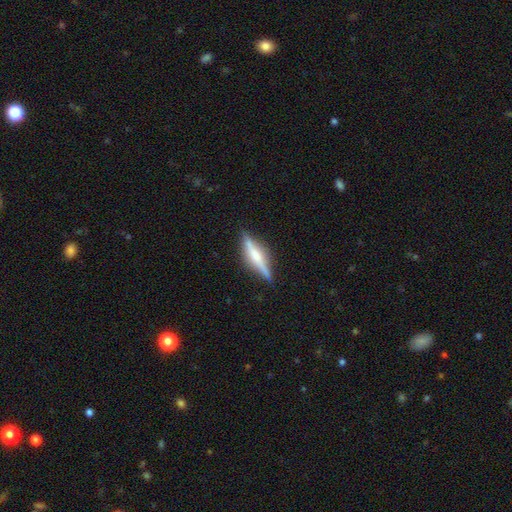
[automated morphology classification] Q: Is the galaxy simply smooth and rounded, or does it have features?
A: featured or disk — 67%.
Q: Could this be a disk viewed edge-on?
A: yes — 95%.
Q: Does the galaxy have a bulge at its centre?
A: rounded — 63%.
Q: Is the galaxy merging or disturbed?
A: none — 84%.